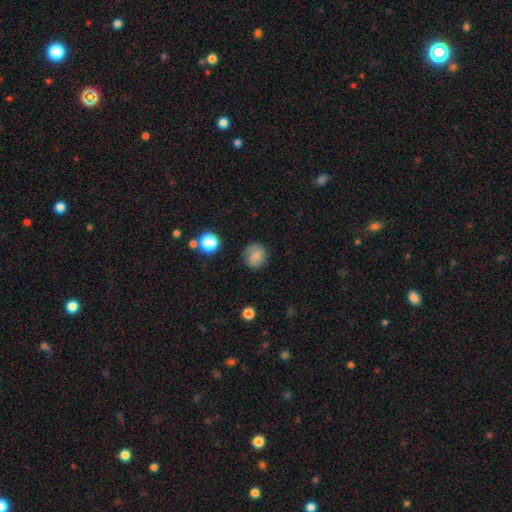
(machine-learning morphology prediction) smooth-or-featured: smooth: 78% | star or artifact: 11% | featured or disk: 11%
  how-rounded: round: 88% | in between: 11% | cigar-shaped: 1%
  merging: none: 78% | minor disturbance: 15% | major disturbance: 5% | merger: 2%